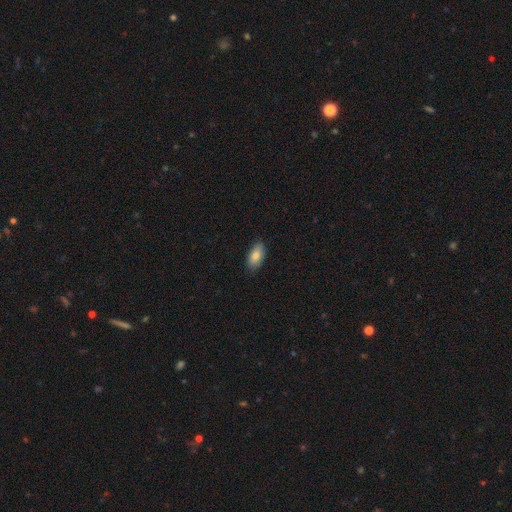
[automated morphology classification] A smooth galaxy with no disk features (83%) that is in between round and cigar-shaped (92%). Merging: none (86%).